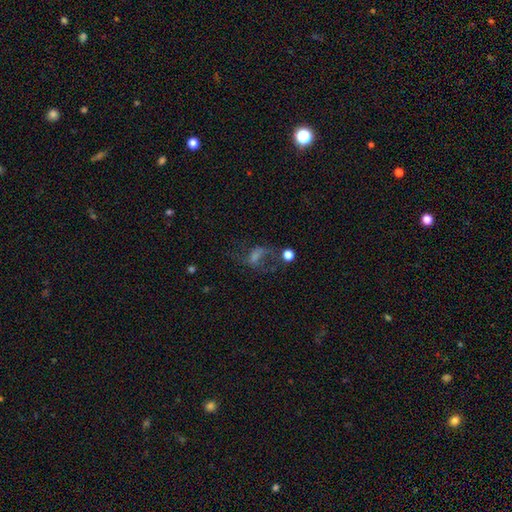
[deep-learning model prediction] The model was most divided on "merging": none: 43%, major disturbance: 33%, minor disturbance: 17%, merger: 7%. Remaining: smooth or featured — featured or disk (44%).